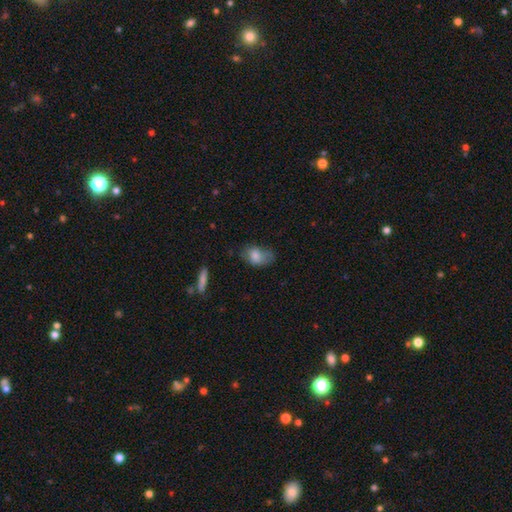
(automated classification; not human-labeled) Morphology: type=smooth (75%); roundness=in between (83%); merging=none (41%).